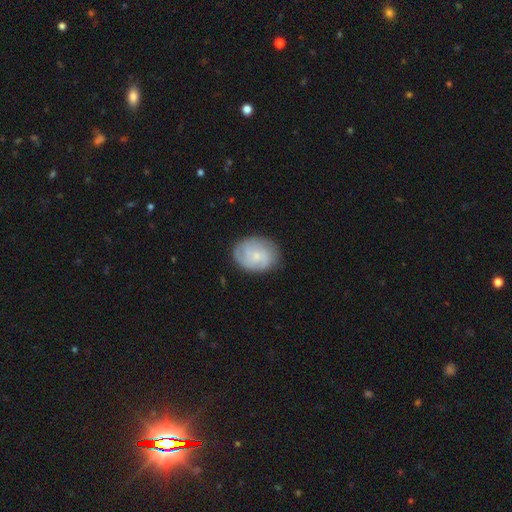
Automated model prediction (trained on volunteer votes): Smooth or featured? Predicted: featured or disk (p=0.55). Edge-on disk? Predicted: no (p=0.97). Bar? Predicted: no (p=0.70). Spiral arms? Predicted: yes (p=0.87). Bulge size? Predicted: small (p=0.63). Merging? Predicted: none (p=0.76).